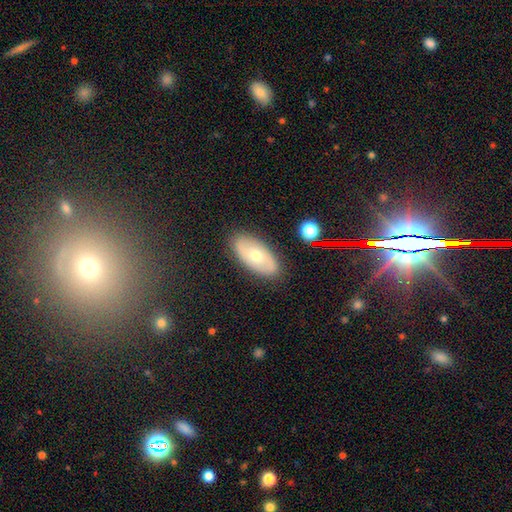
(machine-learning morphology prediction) This appears to be a smooth galaxy with no disk features (49%). Merging: none (86%).